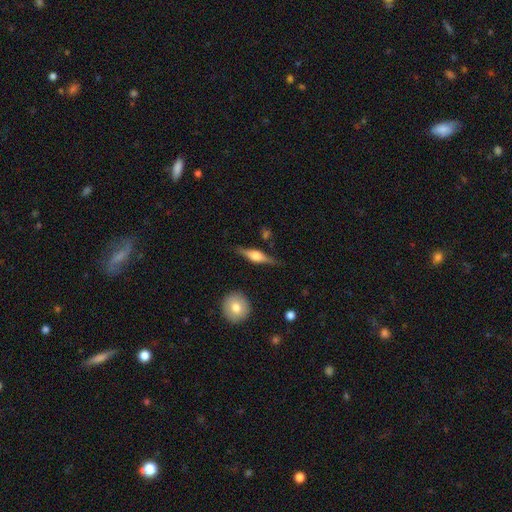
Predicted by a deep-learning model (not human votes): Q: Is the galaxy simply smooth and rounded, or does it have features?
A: featured or disk — 67%.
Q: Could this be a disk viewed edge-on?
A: yes — 95%.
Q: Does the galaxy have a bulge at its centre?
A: rounded — 88%.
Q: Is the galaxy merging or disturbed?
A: none — 80%.